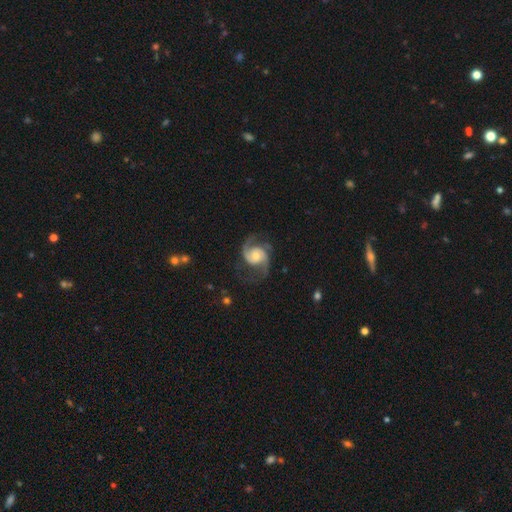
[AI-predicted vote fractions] Smooth or featured?
  - featured or disk: 90% *
  - smooth: 5%
  - star or artifact: 5%
Edge-on disk?
  - no: 98% *
  - yes: 2%
Bar?
  - no: 66% *
  - weak: 27%
  - strong: 6%
Spiral arms?
  - yes: 98% *
  - no: 2%
Spiral winding?
  - medium: 56% *
  - loose: 25%
  - tight: 19%
Spiral arm count?
  - 2: 88% *
  - 3: 5%
  - can't tell: 3%
  - 1: 2%
  - 4: 1%
  - more than 4: 1%
Bulge size?
  - moderate: 52% *
  - small: 38%
  - large: 6%
  - none: 2%
  - dominant: 1%
Merging?
  - none: 72% *
  - minor disturbance: 16%
  - major disturbance: 10%
  - merger: 1%